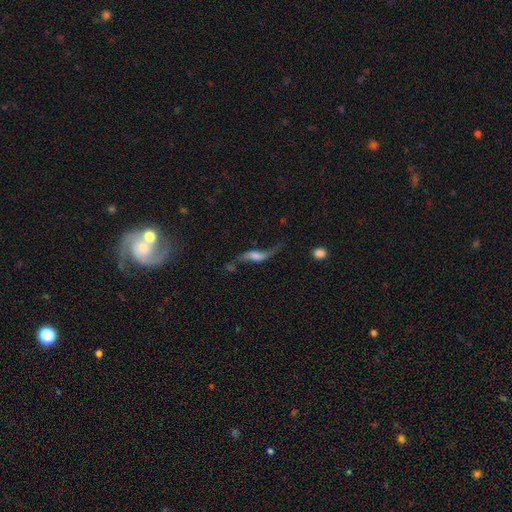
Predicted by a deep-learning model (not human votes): Smooth or featured? Predicted: featured or disk (p=0.71). Edge-on disk? Predicted: no (p=0.75). Bar? Predicted: no (p=0.47). Spiral arms? Predicted: yes (p=0.88). Bulge size? Predicted: moderate (p=0.30). Merging? Predicted: none (p=0.52).